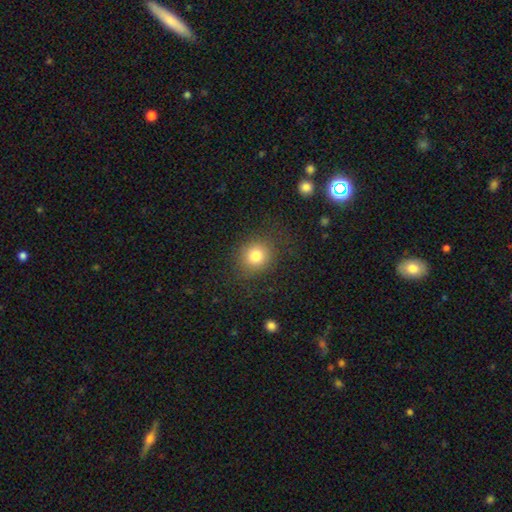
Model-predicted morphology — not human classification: A smooth galaxy with no disk features (80%) that is round (80%). Merging: none (83%).